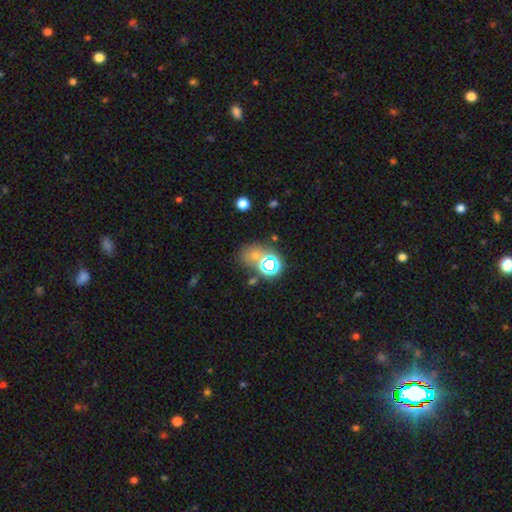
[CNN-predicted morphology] Smooth or featured? star or artifact (44%)